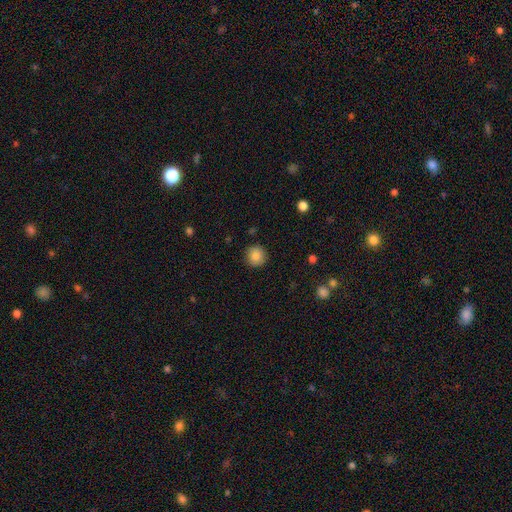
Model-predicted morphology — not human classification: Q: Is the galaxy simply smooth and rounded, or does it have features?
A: smooth — 86%.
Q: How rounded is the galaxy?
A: round — 93%.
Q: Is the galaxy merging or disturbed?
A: none — 90%.